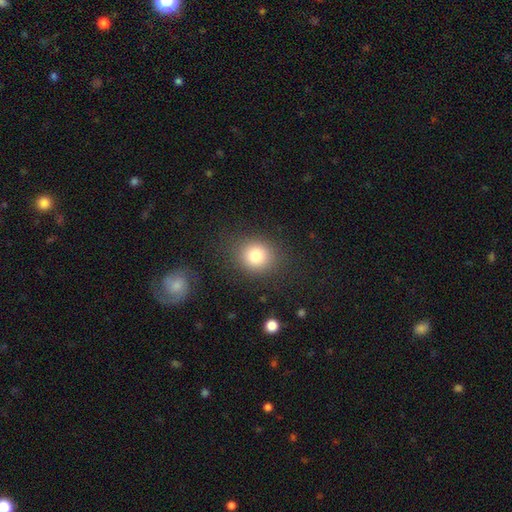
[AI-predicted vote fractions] This is clearly a smooth galaxy (81%). How rounded: likely round (79%). Merging: clearly none (85%).